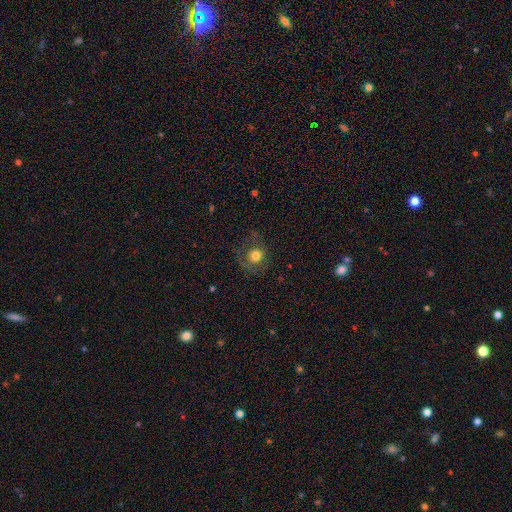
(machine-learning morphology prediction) Smooth or featured? Predicted: smooth (p=0.68). How rounded? Predicted: round (p=0.88). Merging? Predicted: none (p=0.66).